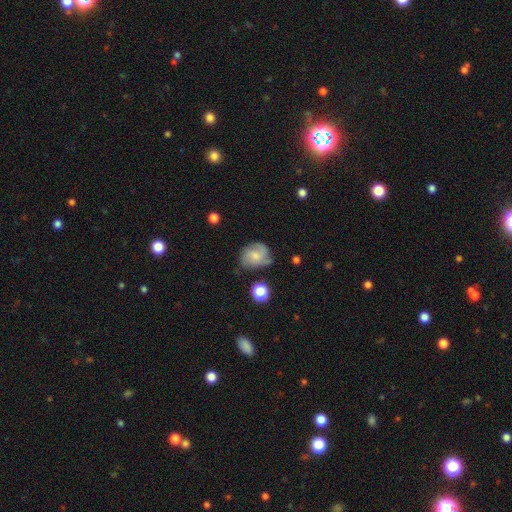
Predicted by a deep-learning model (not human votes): Smooth or featured? smooth (46%)
Merging? none (51%)